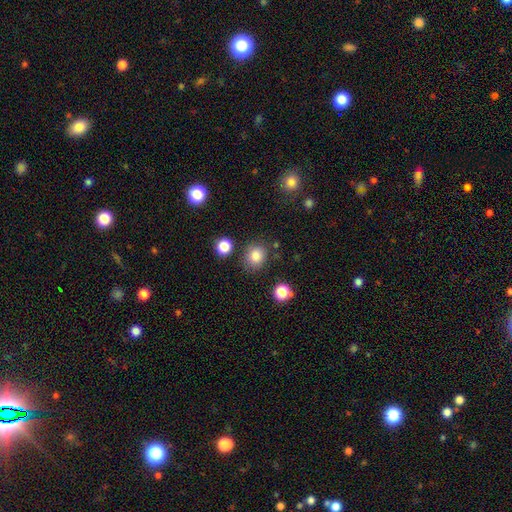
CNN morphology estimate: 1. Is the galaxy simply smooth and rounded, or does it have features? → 83% smooth, 11% star or artifact, 5% featured or disk.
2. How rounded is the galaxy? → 74% round, 26% in between, 1% cigar-shaped.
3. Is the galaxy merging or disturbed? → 79% none, 12% minor disturbance, 5% merger, 4% major disturbance.